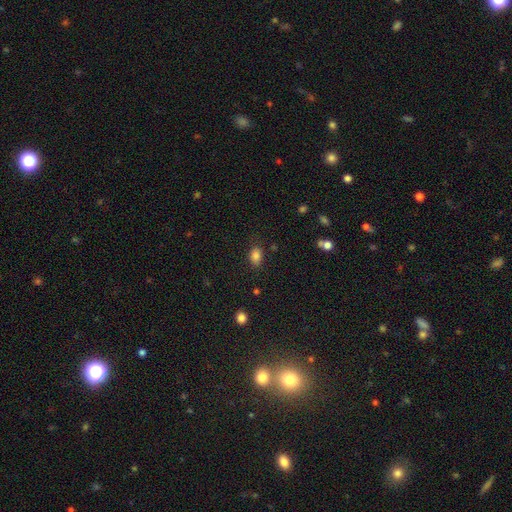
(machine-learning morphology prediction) The model was most divided on "how rounded": in between: 80%, round: 18%, cigar-shaped: 1%. More confident: smooth or featured — smooth (83%); merging — none (81%).